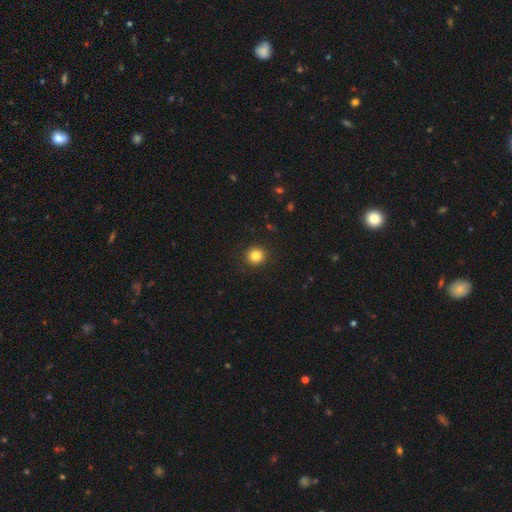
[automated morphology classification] This is clearly a smooth galaxy (83%). How rounded: clearly round (92%). Merging: clearly none (92%).